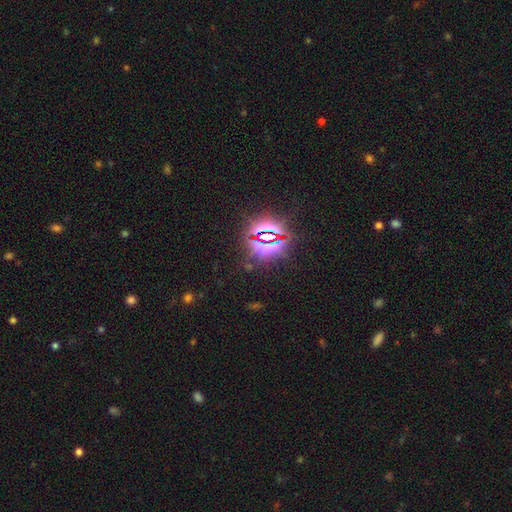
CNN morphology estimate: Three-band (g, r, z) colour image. It shows a star or artifact, not a galaxy (83%).